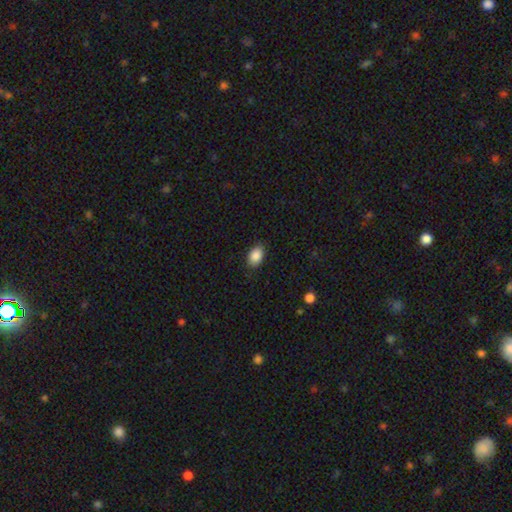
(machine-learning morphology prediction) smooth-or-featured: smooth: 88% | star or artifact: 8% | featured or disk: 4%
  how-rounded: in between: 86% | round: 12% | cigar-shaped: 1%
  merging: none: 85% | minor disturbance: 12% | major disturbance: 3% | merger: 1%